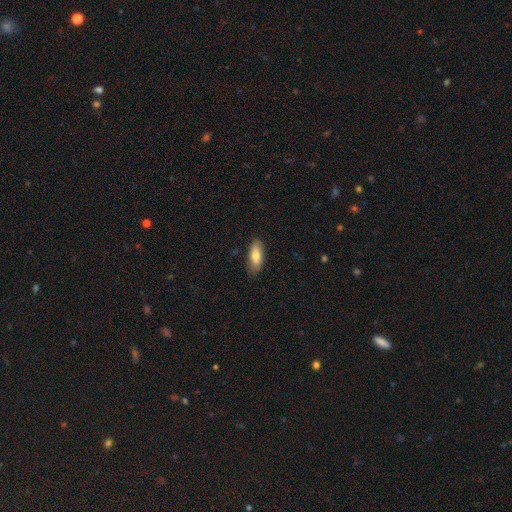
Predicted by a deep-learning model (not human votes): A smooth galaxy with no disk features (74%) that is in between round and cigar-shaped (74%). Merging: none (82%).